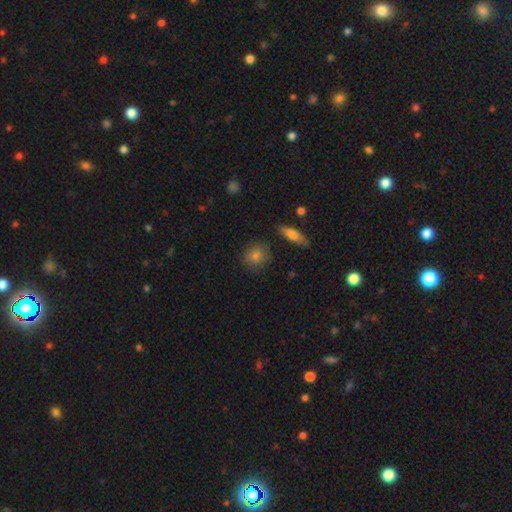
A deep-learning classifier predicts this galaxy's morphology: This appears to be a smooth galaxy with no disk features (76%) that is round (79%). Merging: none (81%).